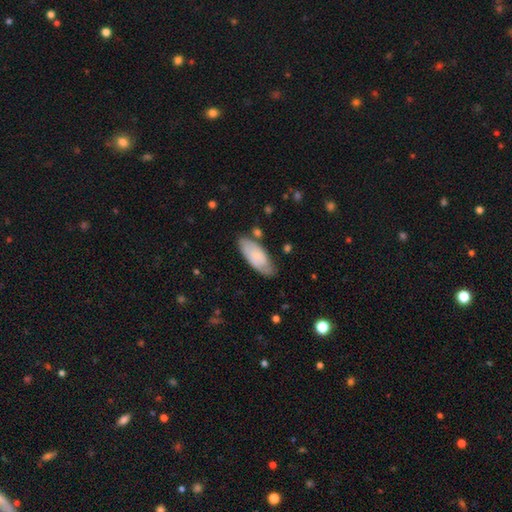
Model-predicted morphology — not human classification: This is likely a smooth galaxy (69%). How rounded: clearly in between (81%). Merging: likely none (69%).